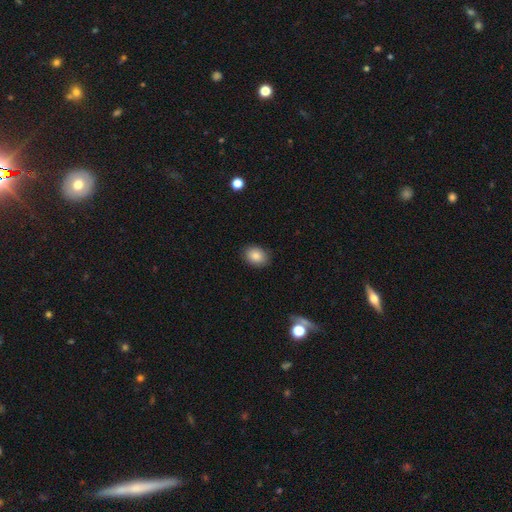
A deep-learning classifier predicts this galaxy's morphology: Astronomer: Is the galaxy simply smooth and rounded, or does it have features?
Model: smooth — 85%.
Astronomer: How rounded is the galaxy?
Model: in between — 63%.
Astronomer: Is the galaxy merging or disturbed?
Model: none — 88%.